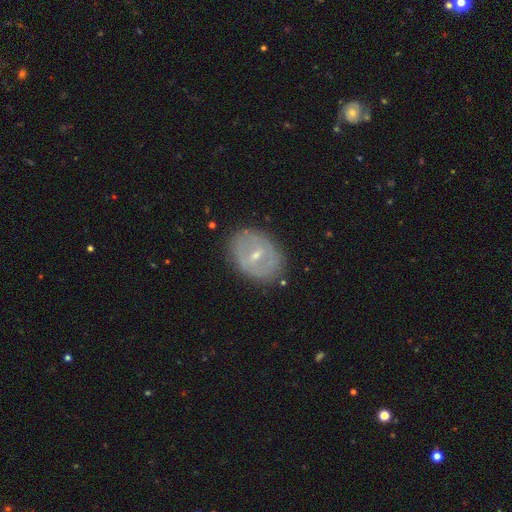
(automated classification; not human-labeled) Morphology: type=featured or disk (63%); edge-on=no (93%); bar=weak (47%); spiral arms=no (71%); bulge=small (56%); merging=none (79%).